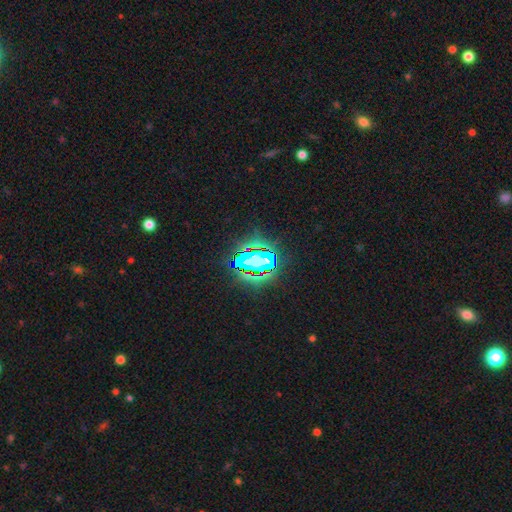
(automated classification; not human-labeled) Overall: star or artifact (76%).